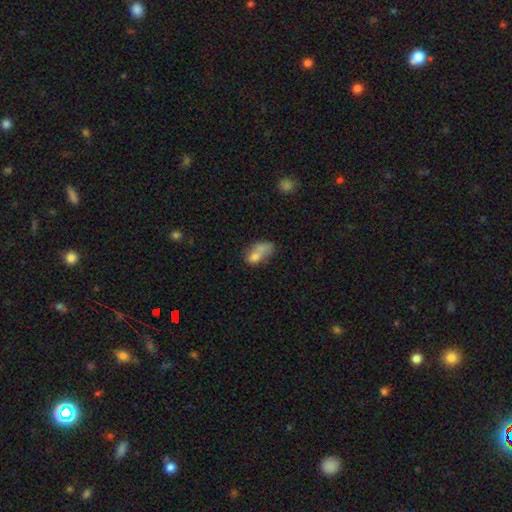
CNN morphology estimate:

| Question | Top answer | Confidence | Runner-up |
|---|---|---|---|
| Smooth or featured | smooth | 68% | featured or disk (21%) |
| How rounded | in between | 77% | round (19%) |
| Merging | merger | 52% | none (21%) |